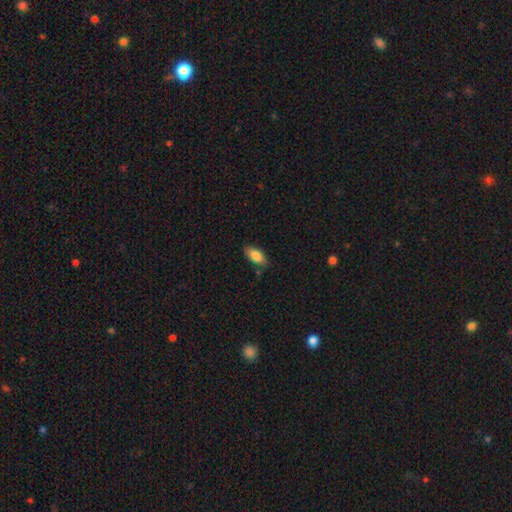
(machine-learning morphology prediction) Smooth or featured?
  - smooth: 85% *
  - featured or disk: 8%
  - star or artifact: 7%
How rounded?
  - in between: 90% *
  - cigar-shaped: 8%
  - round: 2%
Merging?
  - none: 81% *
  - minor disturbance: 14%
  - major disturbance: 3%
  - merger: 2%